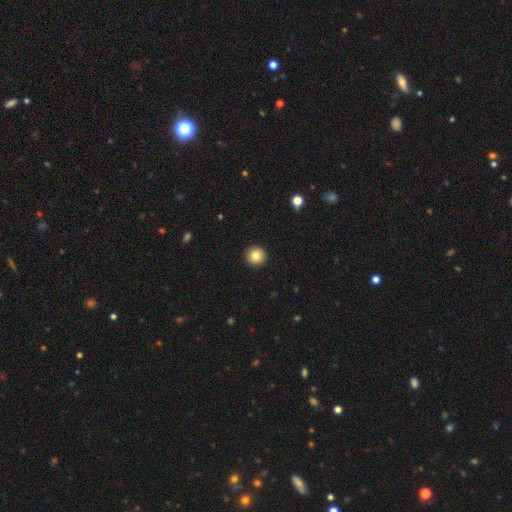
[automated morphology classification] Smooth or featured? Predicted: smooth (p=0.82). How rounded? Predicted: round (p=0.96). Merging? Predicted: none (p=0.94).